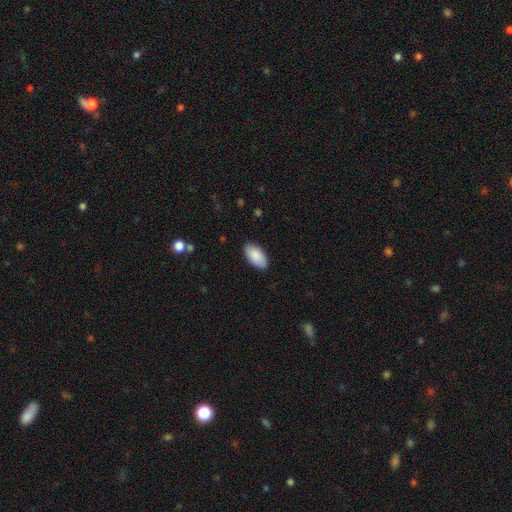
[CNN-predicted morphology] Smooth or featured? Predicted: smooth (p=0.88). How rounded? Predicted: in between (p=0.96). Merging? Predicted: none (p=0.87).